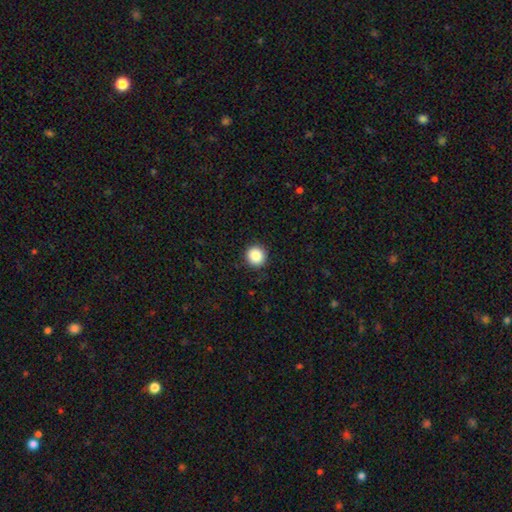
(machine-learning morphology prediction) The model was most divided on "smooth or featured": smooth: 88%, star or artifact: 9%, featured or disk: 3%. More confident: how rounded — round (94%); merging — none (92%).